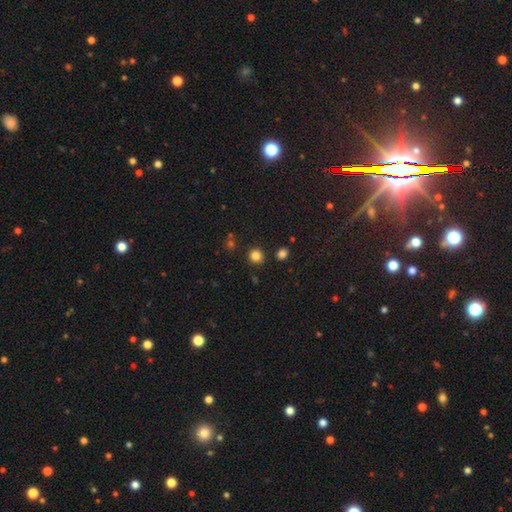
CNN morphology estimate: A smooth galaxy with no disk features (83%) that is round (86%).

Vote fractions:
- Smooth or featured? smooth: 83% / star or artifact: 13% / featured or disk: 4%
- How rounded? round: 86% / in between: 13% / cigar-shaped: 1%
- Merging? none: 86% / minor disturbance: 7% / merger: 4% / major disturbance: 3%